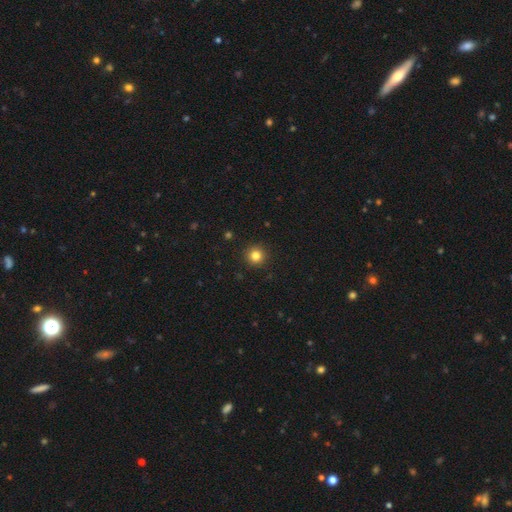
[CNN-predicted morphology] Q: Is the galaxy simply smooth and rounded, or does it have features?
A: smooth — 82%.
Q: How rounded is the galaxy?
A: round — 95%.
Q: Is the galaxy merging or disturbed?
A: none — 93%.